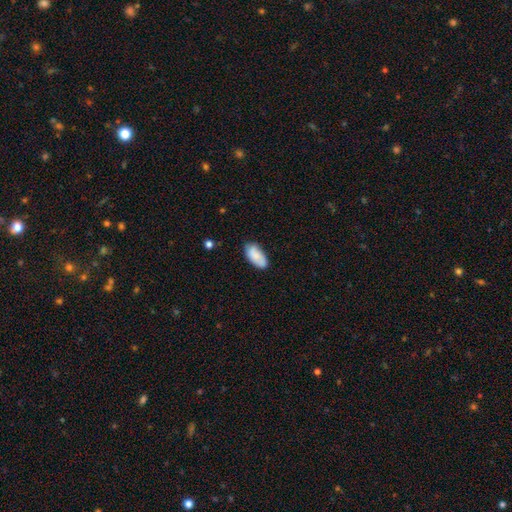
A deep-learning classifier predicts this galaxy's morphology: This is likely a smooth galaxy (80%). How rounded: clearly in between (93%). Merging: likely none (77%).